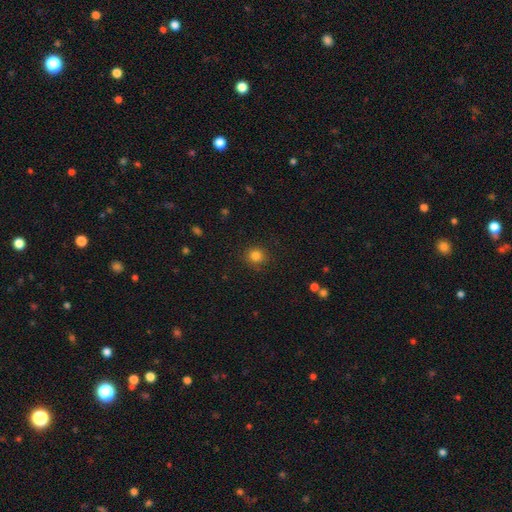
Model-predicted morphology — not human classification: This is clearly a smooth galaxy (83%). How rounded: clearly round (90%). Merging: clearly none (88%).